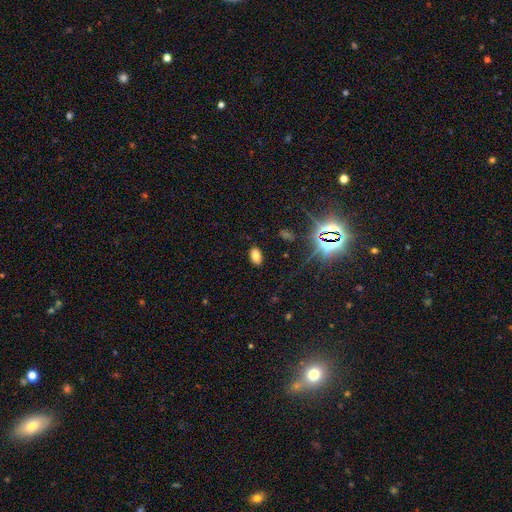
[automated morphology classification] smooth-or-featured: smooth: 75% | star or artifact: 16% | featured or disk: 9%
  how-rounded: in between: 91% | round: 8% | cigar-shaped: 1%
  merging: none: 87% | minor disturbance: 9% | major disturbance: 3% | merger: 1%